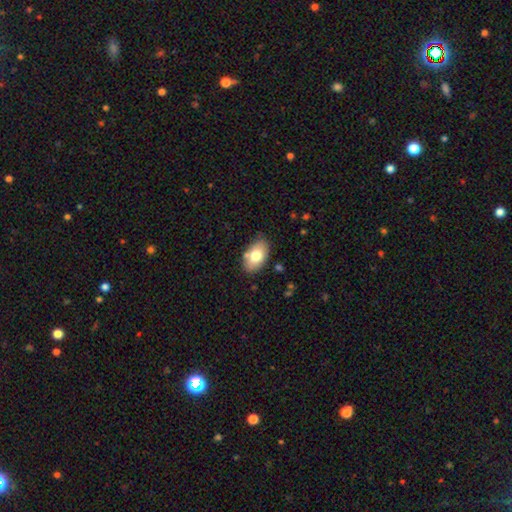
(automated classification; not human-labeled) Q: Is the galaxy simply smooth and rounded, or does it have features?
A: smooth — 76%.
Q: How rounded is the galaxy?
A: in between — 91%.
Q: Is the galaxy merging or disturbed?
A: none — 78%.